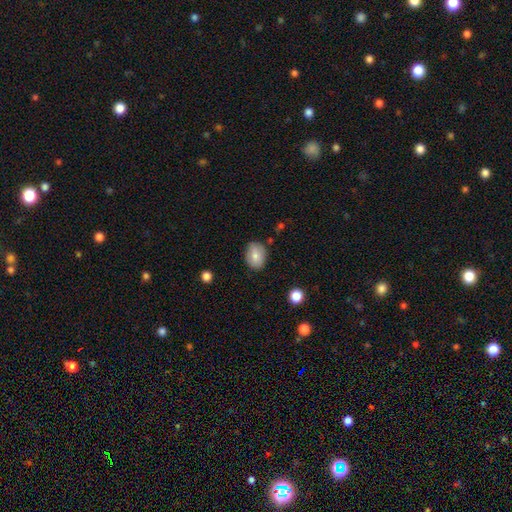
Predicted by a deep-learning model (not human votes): smooth-or-featured: smooth: 79% | featured or disk: 13% | star or artifact: 8%
  how-rounded: in between: 70% | round: 29% | cigar-shaped: 1%
  merging: none: 81% | minor disturbance: 14% | major disturbance: 3% | merger: 2%